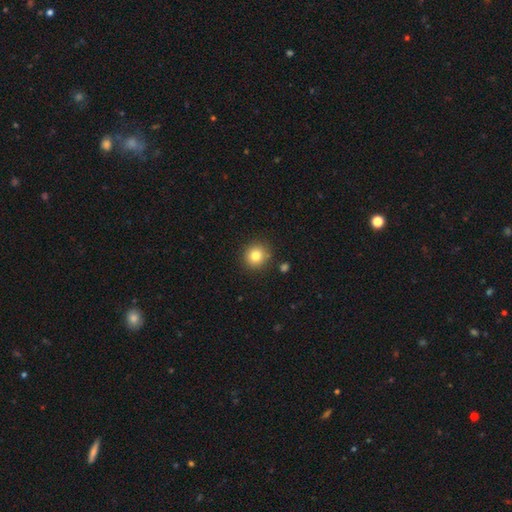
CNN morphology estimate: The model was most divided on "smooth or featured": smooth: 81%, star or artifact: 11%, featured or disk: 8%. More confident: how rounded — round (91%); merging — none (87%).